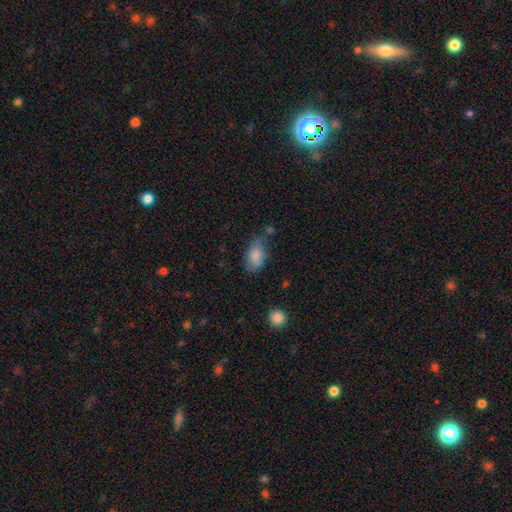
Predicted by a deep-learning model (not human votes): Smooth or featured? Predicted: smooth (p=0.84). How rounded? Predicted: in between (p=0.89). Merging? Predicted: none (p=0.53).